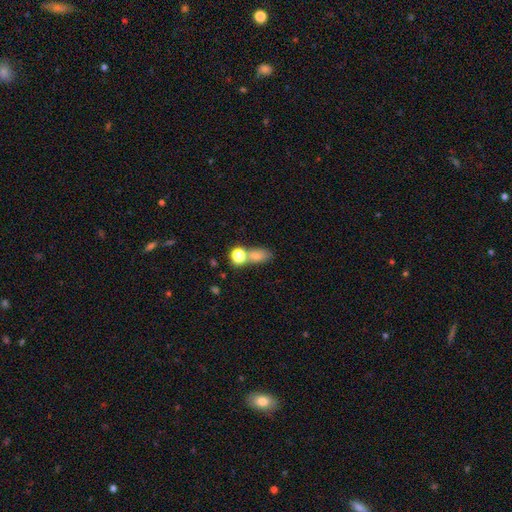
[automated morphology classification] Smooth or featured: smooth — 73% (star or artifact — 16%)
How rounded: in between — 70% (round — 26%)
Merging: none — 45% (merger — 36%)